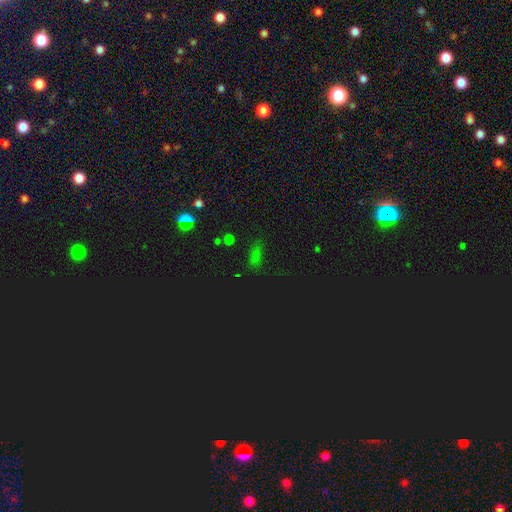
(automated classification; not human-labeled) Smooth or featured? Predicted: smooth (p=0.54). How rounded? Predicted: in between (p=0.68). Merging? Predicted: none (p=0.73).